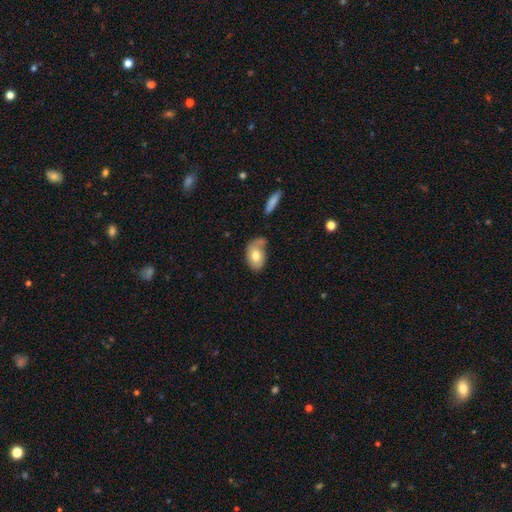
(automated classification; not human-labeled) smooth-or-featured: smooth: 74% | featured or disk: 19% | star or artifact: 7%
  how-rounded: in between: 86% | round: 13% | cigar-shaped: 1%
  merging: none: 46% | minor disturbance: 30% | merger: 12% | major disturbance: 12%